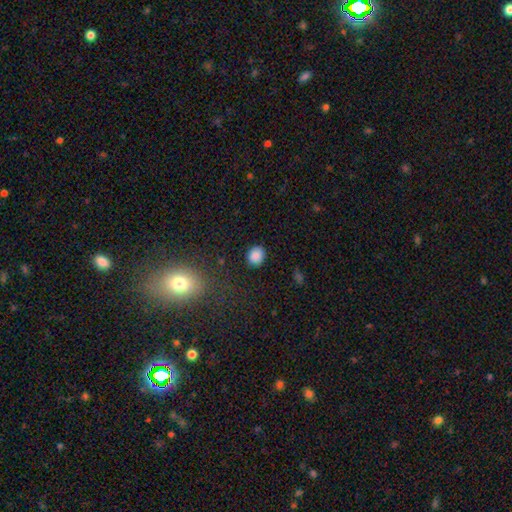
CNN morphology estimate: A smooth galaxy with no disk features (86%) that is round (79%).

Vote fractions:
- Smooth or featured? smooth: 86% / star or artifact: 10% / featured or disk: 4%
- How rounded? round: 79% / in between: 20% / cigar-shaped: 1%
- Merging? none: 89% / minor disturbance: 7% / major disturbance: 2% / merger: 1%